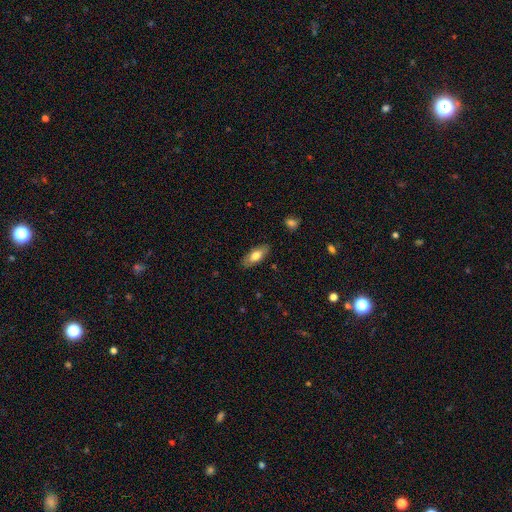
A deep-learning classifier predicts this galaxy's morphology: Overall: smooth (73%). How rounded: in between (82%). Merging: none (87%).